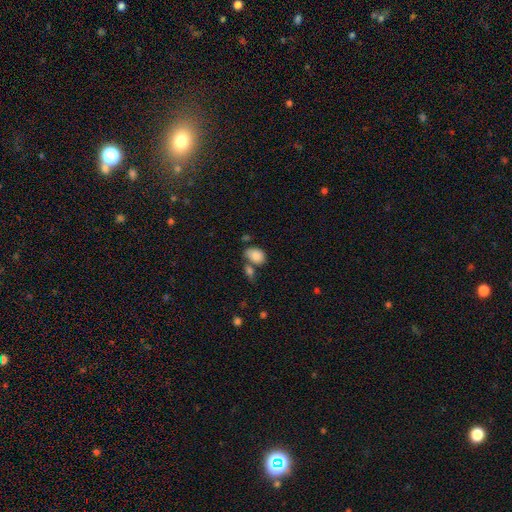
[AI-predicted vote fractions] This appears to be a smooth galaxy with no disk features (85%) that is in between round and cigar-shaped (80%). Merging: none (45%).